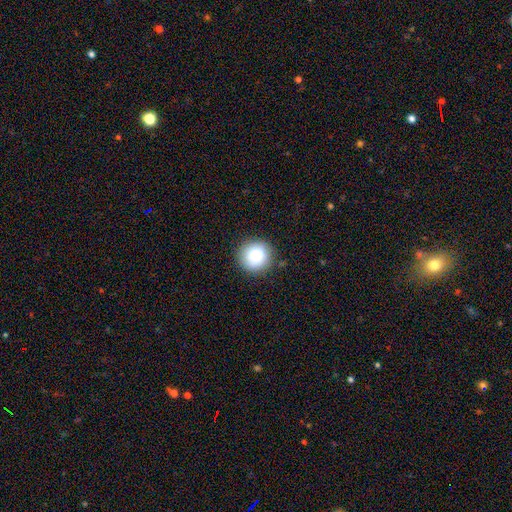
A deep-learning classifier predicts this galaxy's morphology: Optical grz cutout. It shows a smooth galaxy with no disk features (82%) that is round (94%). Merging: none (89%).